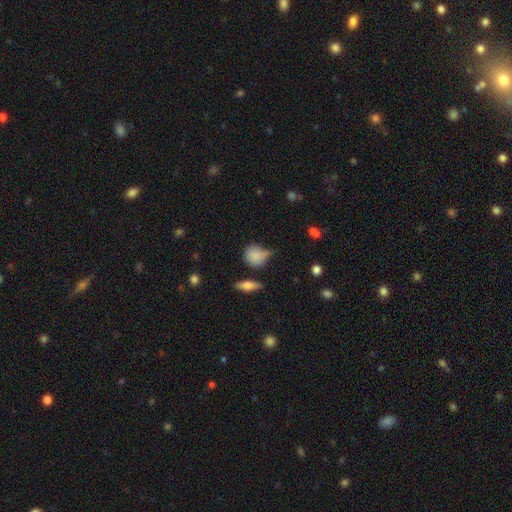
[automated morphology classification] A smooth galaxy with no disk features (79%) that is round (70%).

Vote fractions:
- Smooth or featured? smooth: 79% / featured or disk: 11% / star or artifact: 10%
- How rounded? round: 70% / in between: 27% / cigar-shaped: 3%
- Merging? none: 47% / minor disturbance: 36% / major disturbance: 10% / merger: 7%